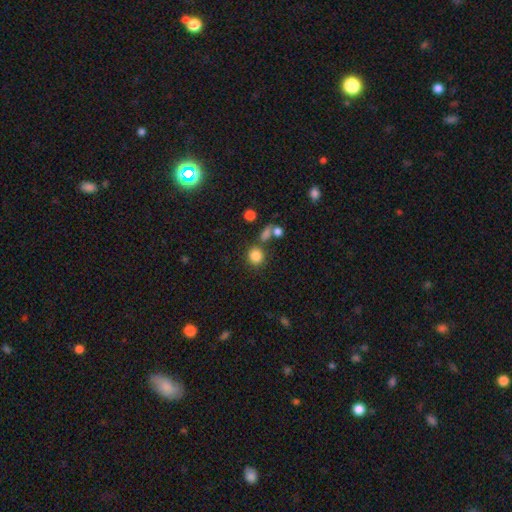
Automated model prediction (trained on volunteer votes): smooth 82%, star or artifact 12%, featured or disk 5%. Down the decision tree: how rounded — round (86%); merging — none (74%).